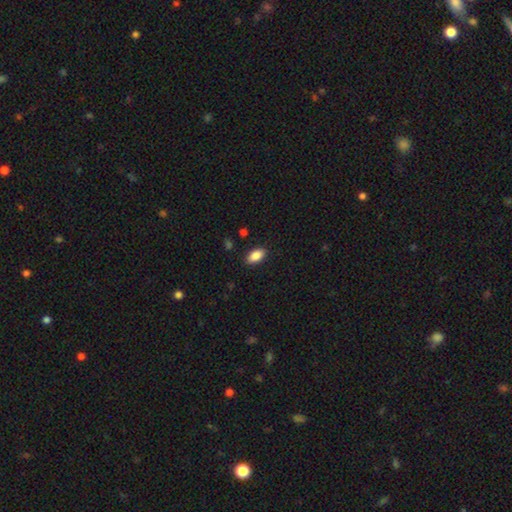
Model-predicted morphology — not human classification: A smooth galaxy with no disk features (88%) that is in between round and cigar-shaped (92%).

Vote fractions:
- Smooth or featured? smooth: 88% / star or artifact: 8% / featured or disk: 5%
- How rounded? in between: 92% / round: 4% / cigar-shaped: 3%
- Merging? none: 87% / minor disturbance: 9% / major disturbance: 2% / merger: 1%